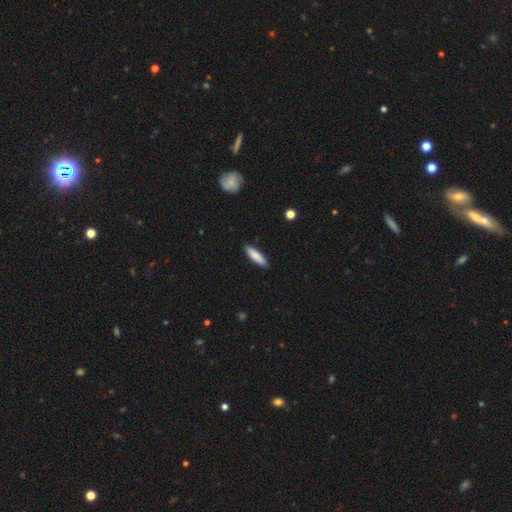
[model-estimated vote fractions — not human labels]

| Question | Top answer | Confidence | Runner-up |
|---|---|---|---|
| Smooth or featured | smooth | 83% | featured or disk (11%) |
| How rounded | cigar-shaped | 74% | in between (25%) |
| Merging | none | 90% | minor disturbance (8%) |